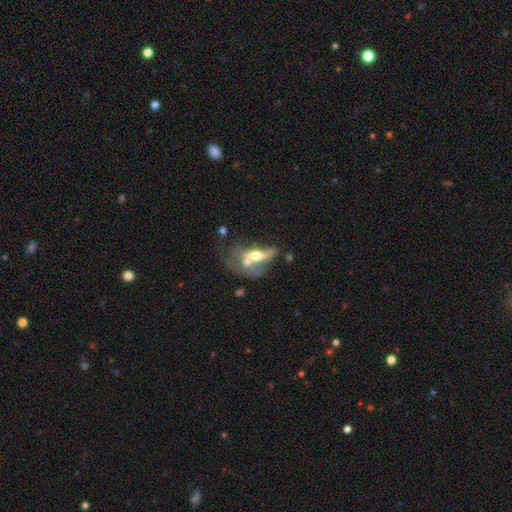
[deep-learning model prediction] smooth_or_featured: featured or disk (p=0.47) [alt: smooth p=0.44]
merging: merger (p=0.56) [alt: none p=0.18]